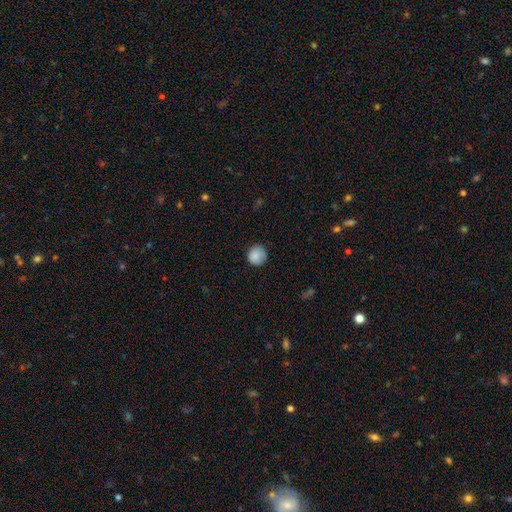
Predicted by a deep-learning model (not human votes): Overall: smooth (85%). How rounded: round (92%). Merging: none (83%).